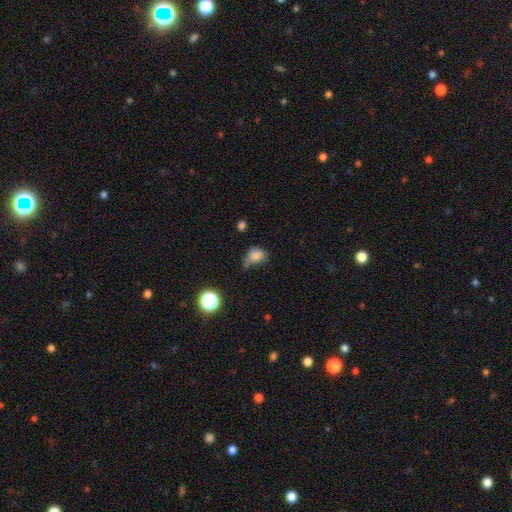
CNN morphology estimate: The model was most divided on "how rounded": in between: 50%, round: 48%, cigar-shaped: 1%. Remaining: smooth or featured — smooth (80%); merging — none (42%).